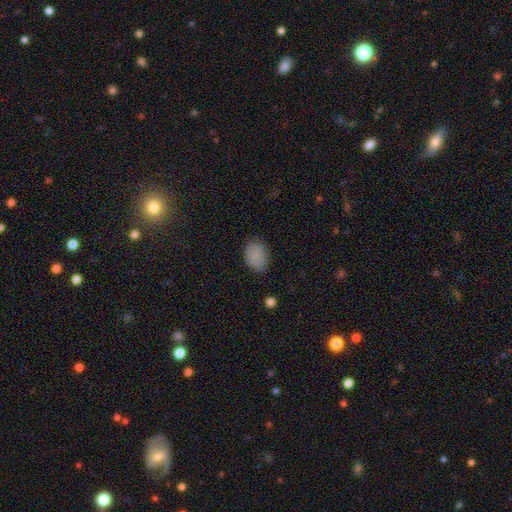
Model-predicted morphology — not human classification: Smooth or featured: smooth — 86% (star or artifact — 9%)
How rounded: in between — 76% (round — 23%)
Merging: none — 80% (minor disturbance — 16%)